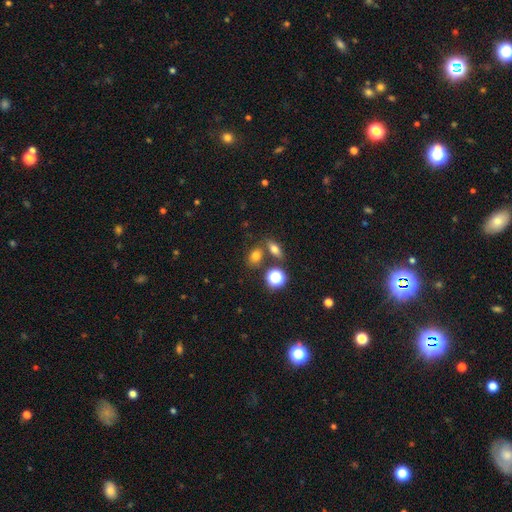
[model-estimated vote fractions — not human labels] Smooth or featured? Predicted: smooth (p=0.75). How rounded? Predicted: in between (p=0.60). Merging? Predicted: none (p=0.66).